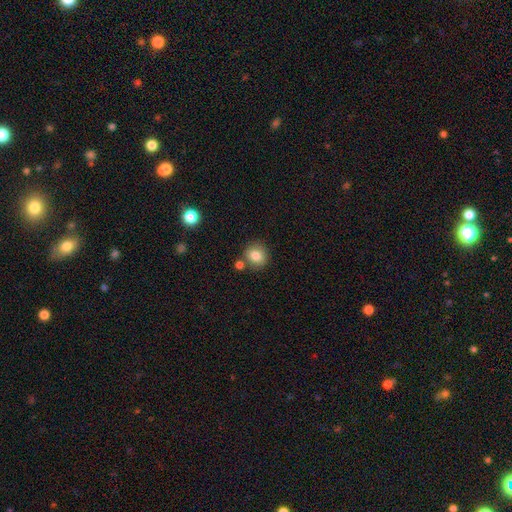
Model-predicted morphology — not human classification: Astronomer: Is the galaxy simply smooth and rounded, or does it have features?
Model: smooth — 82%.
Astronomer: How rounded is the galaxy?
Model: round — 78%.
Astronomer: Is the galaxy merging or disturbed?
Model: none — 74%.